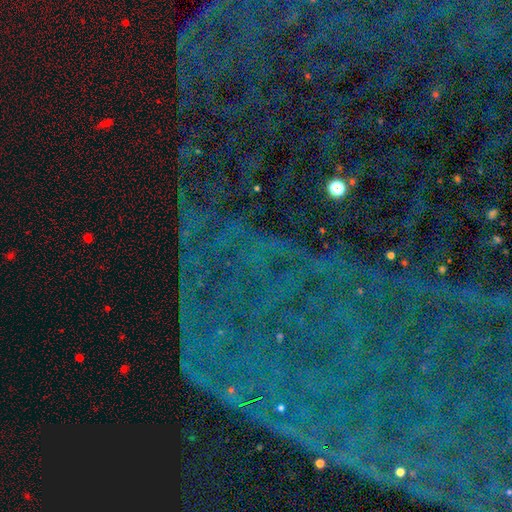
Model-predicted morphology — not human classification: Smooth or featured? star or artifact (87%)